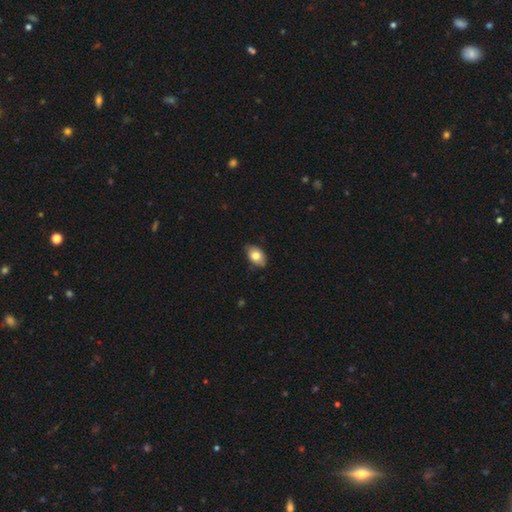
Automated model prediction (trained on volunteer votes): Smooth or featured? Predicted: smooth (p=0.78). How rounded? Predicted: in between (p=0.87). Merging? Predicted: none (p=0.75).